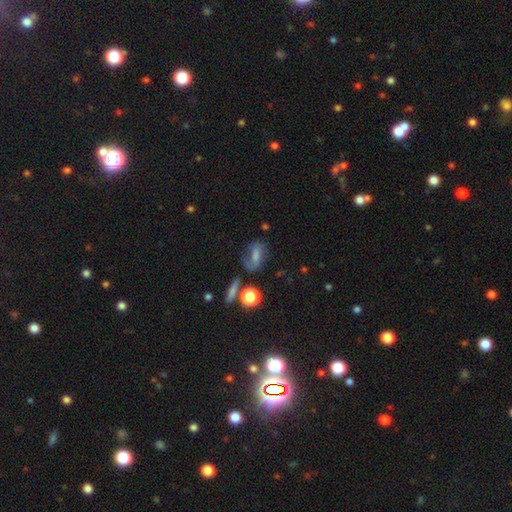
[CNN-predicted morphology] This is possibly a smooth galaxy (57%). How rounded: likely in between (71%). Merging: possibly none (45%).